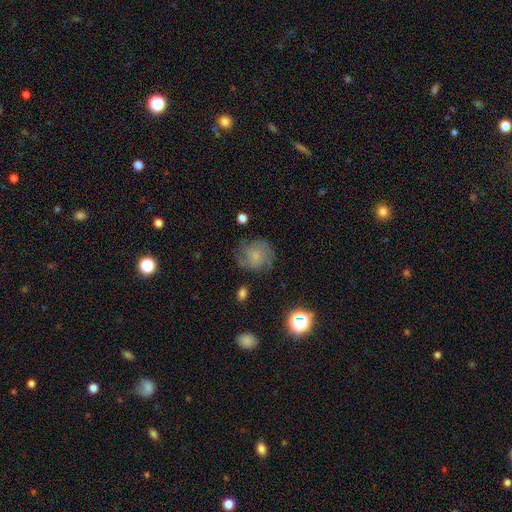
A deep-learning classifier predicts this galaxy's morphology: A smooth galaxy with no disk features (51%) that is round (81%). Merging: none (65%).